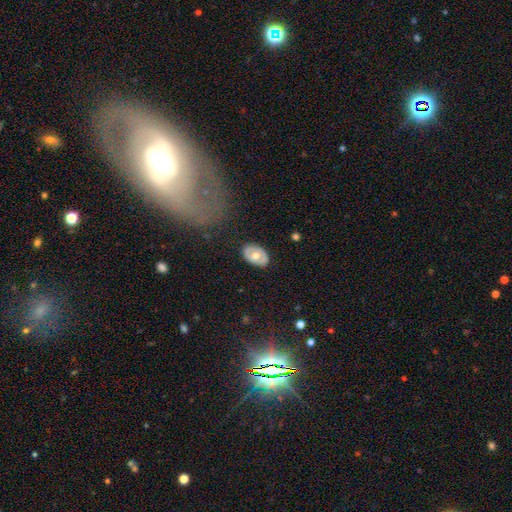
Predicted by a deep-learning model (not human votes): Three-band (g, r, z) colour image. It shows a smooth galaxy with no disk features (49%). Merging: none (83%).